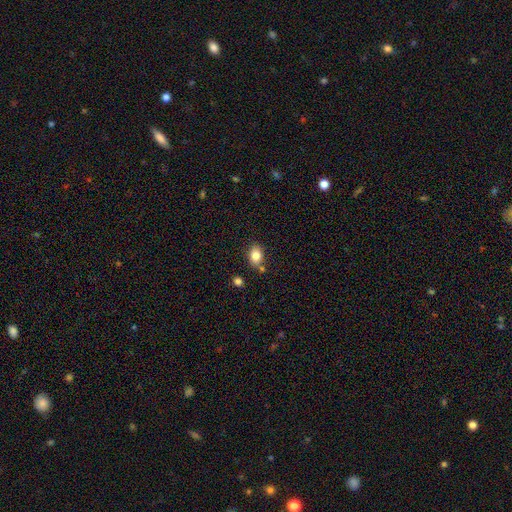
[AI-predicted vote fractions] This appears to be a smooth galaxy with no disk features (82%) that is in between round and cigar-shaped (69%). Merging: none (75%).